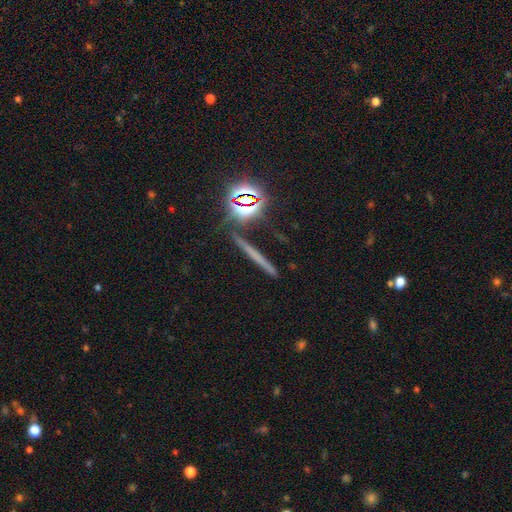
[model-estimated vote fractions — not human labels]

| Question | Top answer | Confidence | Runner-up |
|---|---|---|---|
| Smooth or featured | smooth | 37% | featured or disk (32%) |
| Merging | none | 86% | minor disturbance (8%) |